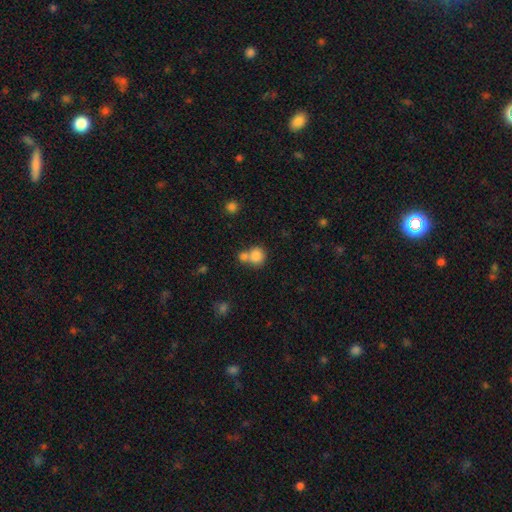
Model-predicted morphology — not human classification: Smooth or featured? Predicted: smooth (p=0.83). How rounded? Predicted: round (p=0.84). Merging? Predicted: none (p=0.45).